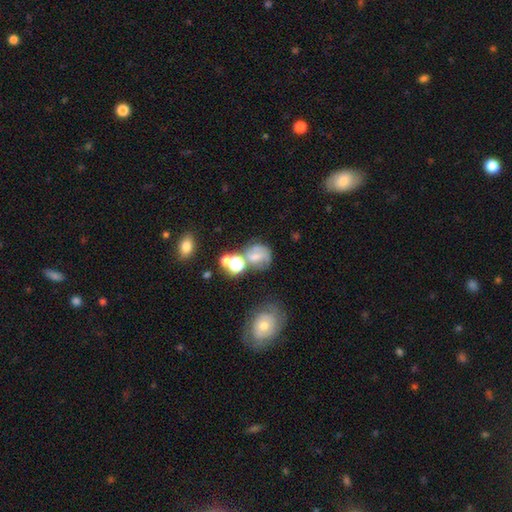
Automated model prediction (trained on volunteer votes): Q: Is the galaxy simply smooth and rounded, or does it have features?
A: smooth — 47%.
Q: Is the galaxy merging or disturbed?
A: none — 39%.